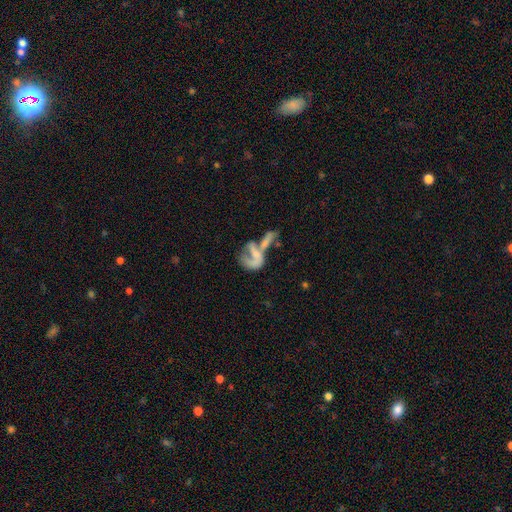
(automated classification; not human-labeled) This appears to be a featured or disk galaxy (54%) with no bar (70%), no spiral arms (56%) and no central bulge (50%). Merging: merger (52%).